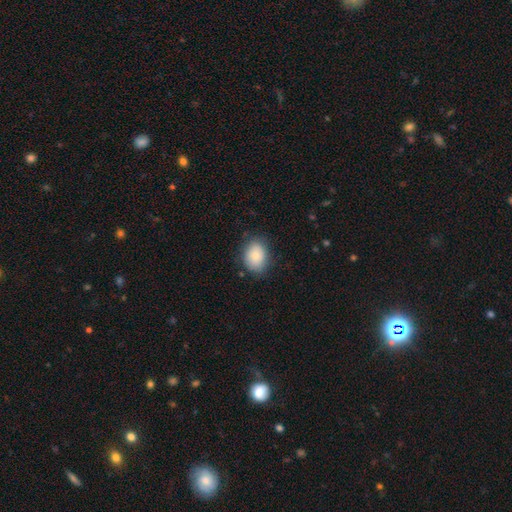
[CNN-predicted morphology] A smooth galaxy with no disk features (82%) that is in between round and cigar-shaped (61%).

Vote fractions:
- Smooth or featured? smooth: 82% / featured or disk: 10% / star or artifact: 8%
- How rounded? in between: 61% / round: 38% / cigar-shaped: 1%
- Merging? none: 78% / minor disturbance: 17% / major disturbance: 4% / merger: 1%